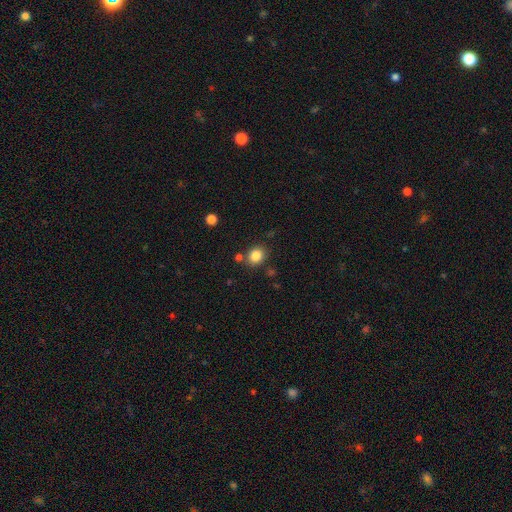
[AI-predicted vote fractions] Smooth or featured? smooth (84%)
How rounded? round (69%)
Merging? none (80%)